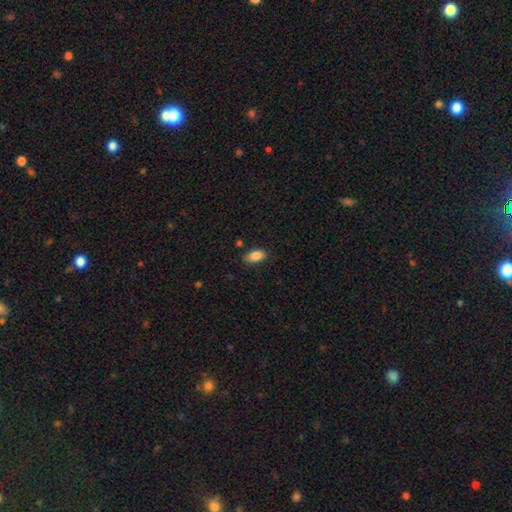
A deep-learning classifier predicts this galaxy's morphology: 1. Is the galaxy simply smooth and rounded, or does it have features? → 87% smooth, 7% star or artifact, 5% featured or disk.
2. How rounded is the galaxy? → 91% in between, 5% cigar-shaped, 4% round.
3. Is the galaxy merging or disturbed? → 83% none, 13% minor disturbance, 3% major disturbance, 1% merger.